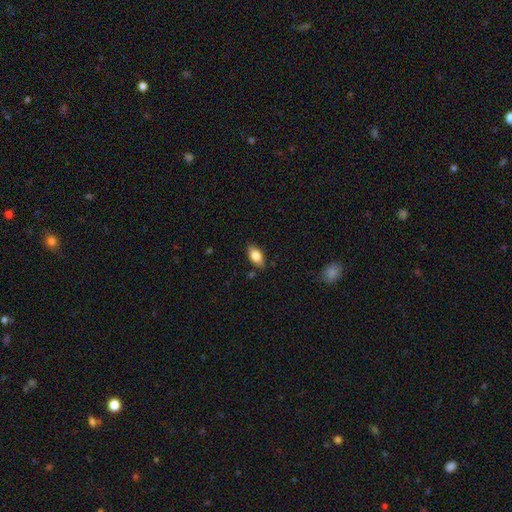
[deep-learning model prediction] Morphology: type=smooth (82%); roundness=in between (90%); merging=none (84%).